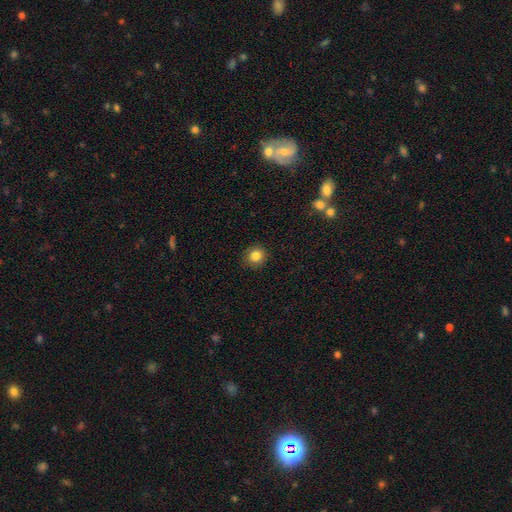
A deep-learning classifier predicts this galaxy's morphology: Smooth or featured: smooth — 83% (star or artifact — 11%)
How rounded: round — 92% (in between — 7%)
Merging: none — 90% (minor disturbance — 7%)